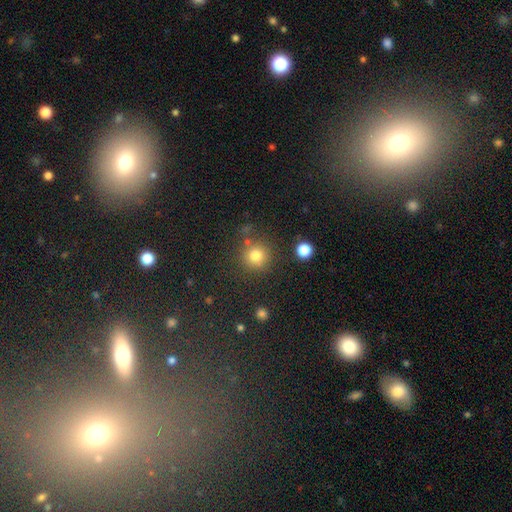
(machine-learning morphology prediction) The model was most divided on "smooth or featured": smooth: 80%, star or artifact: 13%, featured or disk: 7%. More confident: how rounded — round (93%); merging — none (79%).